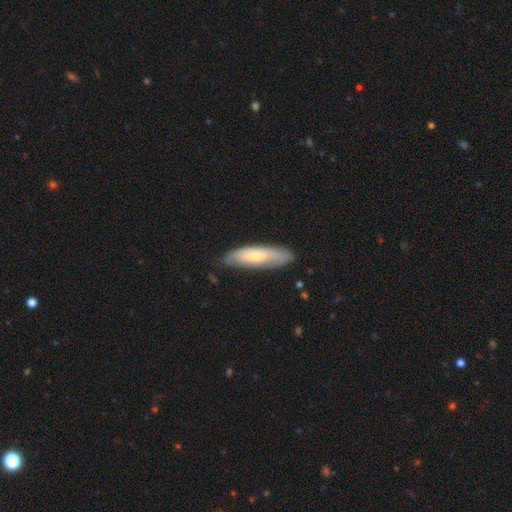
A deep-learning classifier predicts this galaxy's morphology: The model was most divided on "how rounded": cigar-shaped: 59%, in between: 39%, round: 2%. More confident: merging — none (76%); smooth or featured — smooth (59%).